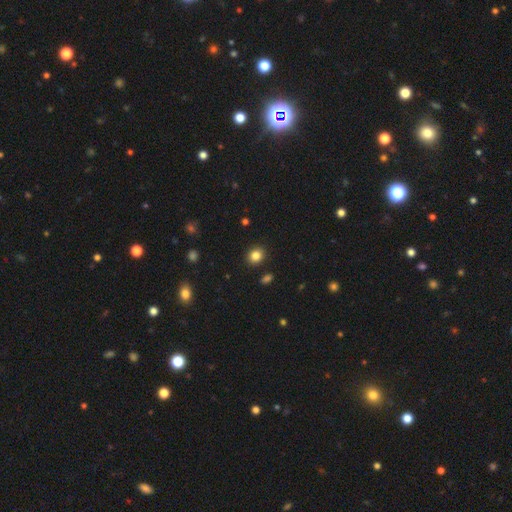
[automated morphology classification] This appears to be a smooth galaxy with no disk features (84%) that is round (70%). Merging: none (89%).